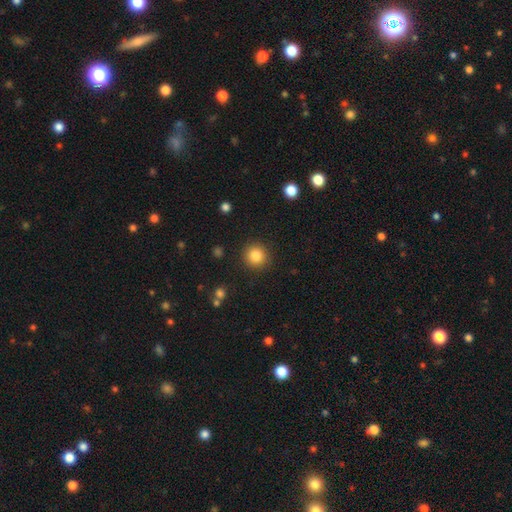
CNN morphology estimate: Overall: smooth (84%). How rounded: round (93%). Merging: none (90%).